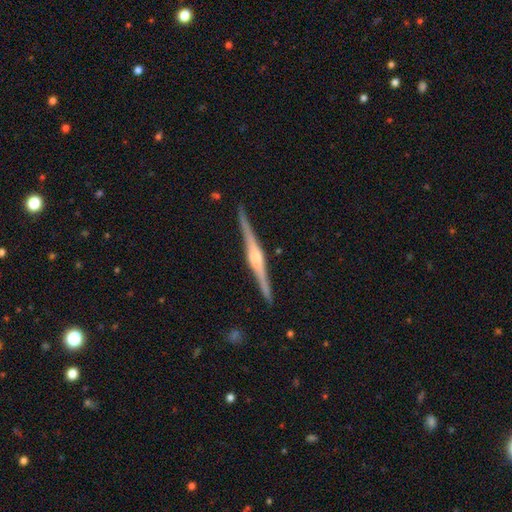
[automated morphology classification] Smooth or featured? Predicted: featured or disk (p=0.88). Edge-on disk? Predicted: yes (p=0.99). Edge-on bulge? Predicted: rounded (p=0.61). Merging? Predicted: none (p=0.92).